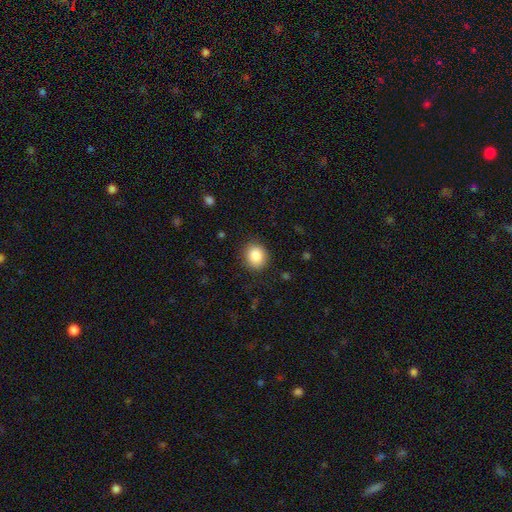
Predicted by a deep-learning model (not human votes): smooth-or-featured: smooth: 86% | star or artifact: 9% | featured or disk: 5%
  how-rounded: round: 78% | in between: 21% | cigar-shaped: 1%
  merging: none: 89% | minor disturbance: 8% | major disturbance: 3% | merger: 1%